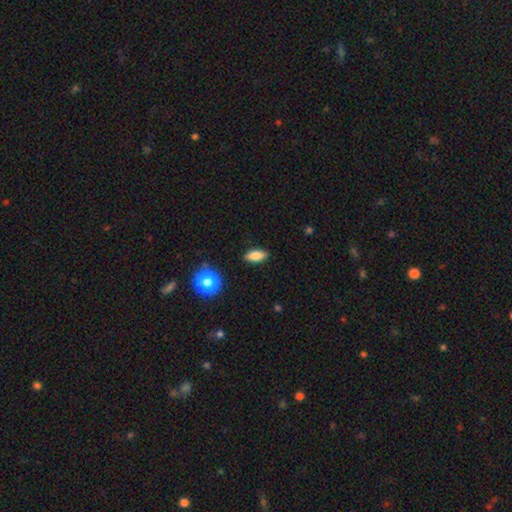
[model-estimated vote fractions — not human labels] Smooth or featured? smooth (82%)
How rounded? in between (82%)
Merging? none (88%)